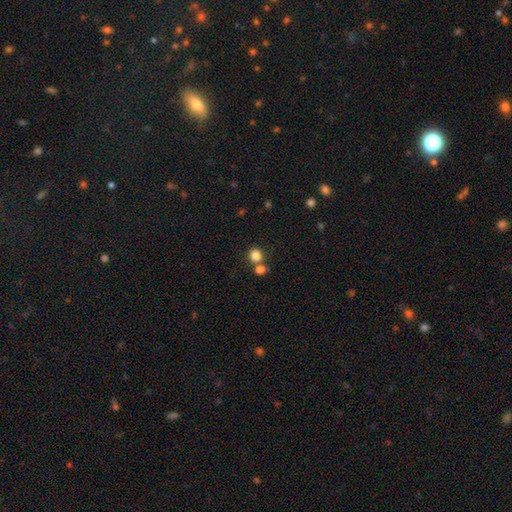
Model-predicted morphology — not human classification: Smooth or featured: smooth — 82% (star or artifact — 12%)
How rounded: round — 78% (in between — 21%)
Merging: none — 60% (merger — 28%)